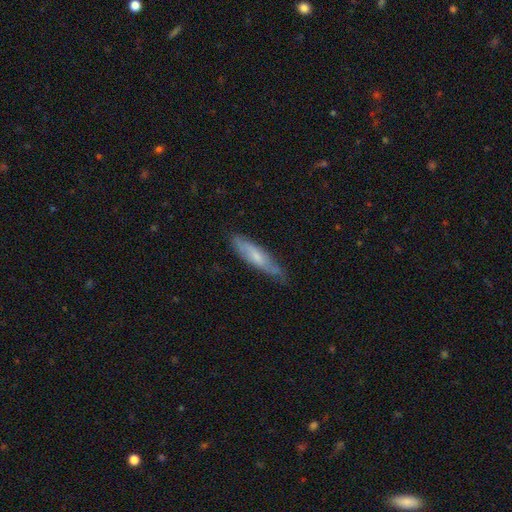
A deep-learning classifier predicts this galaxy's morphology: Overall: smooth (56%; featured or disk 38%). How rounded: cigar-shaped (79%). Merging: none (72%).